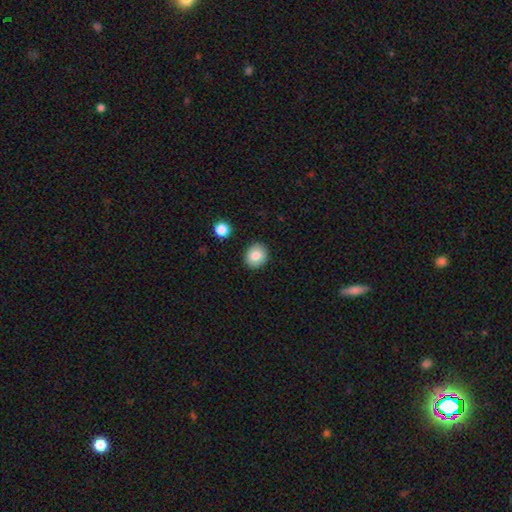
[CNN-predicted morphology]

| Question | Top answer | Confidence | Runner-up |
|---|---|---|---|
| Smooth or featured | smooth | 83% | featured or disk (9%) |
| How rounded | round | 79% | in between (20%) |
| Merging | none | 90% | minor disturbance (7%) |